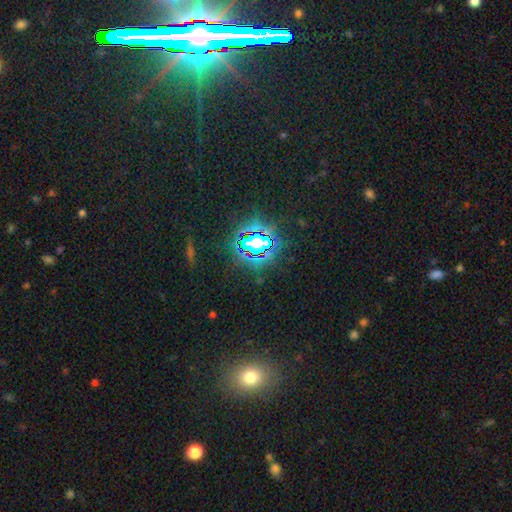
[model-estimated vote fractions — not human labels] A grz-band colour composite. It shows a star or artifact, not a galaxy (77%).